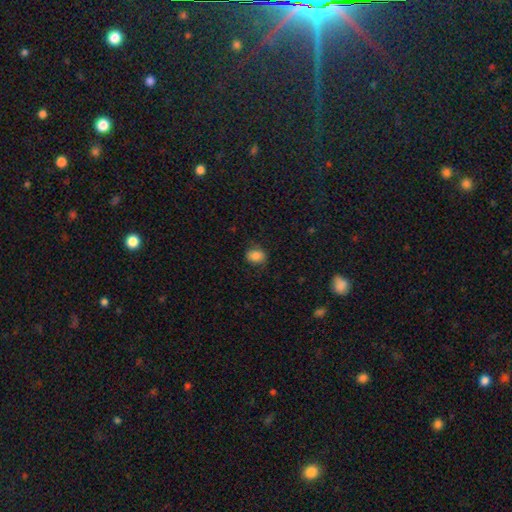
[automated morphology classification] smooth-or-featured: smooth: 83% | star or artifact: 9% | featured or disk: 8%
  how-rounded: in between: 59% | round: 40% | cigar-shaped: 1%
  merging: none: 76% | minor disturbance: 18% | major disturbance: 5% | merger: 1%